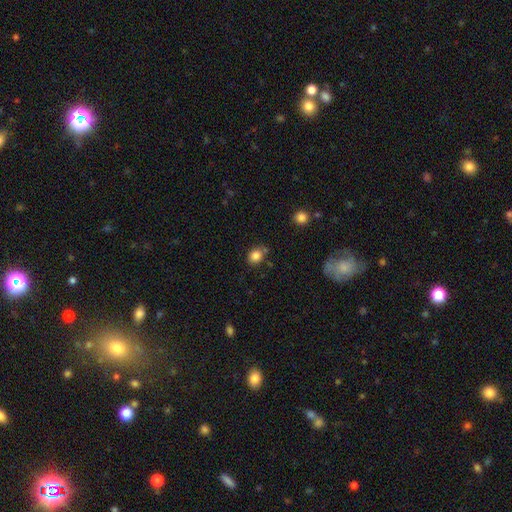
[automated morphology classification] A smooth galaxy with no disk features (84%) that is round (65%). Merging: none (71%).